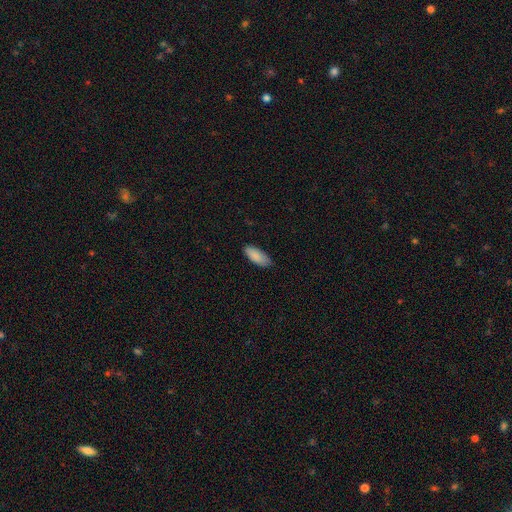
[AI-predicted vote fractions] Smooth or featured: smooth — 89% (star or artifact — 6%)
How rounded: in between — 83% (cigar-shaped — 15%)
Merging: none — 83% (minor disturbance — 14%)